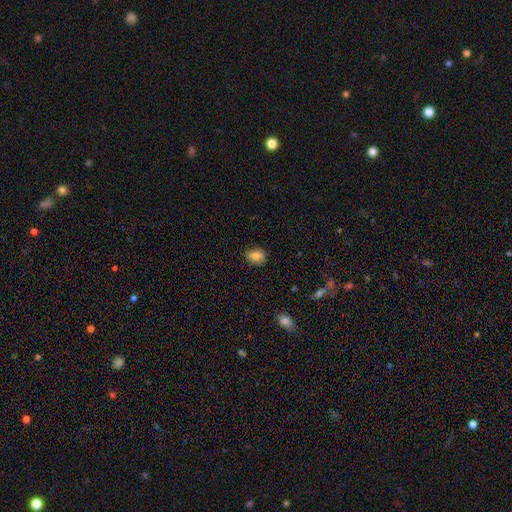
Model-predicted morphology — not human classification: Smooth or featured? Predicted: smooth (p=0.82). How rounded? Predicted: in between (p=0.58). Merging? Predicted: none (p=0.83).